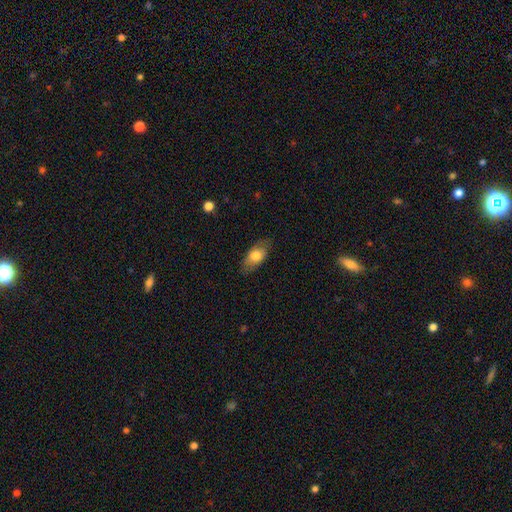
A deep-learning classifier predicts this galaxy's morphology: smooth-or-featured: smooth: 73% | featured or disk: 20% | star or artifact: 7%
  how-rounded: in between: 88% | cigar-shaped: 7% | round: 6%
  merging: none: 78% | minor disturbance: 17% | major disturbance: 4% | merger: 1%